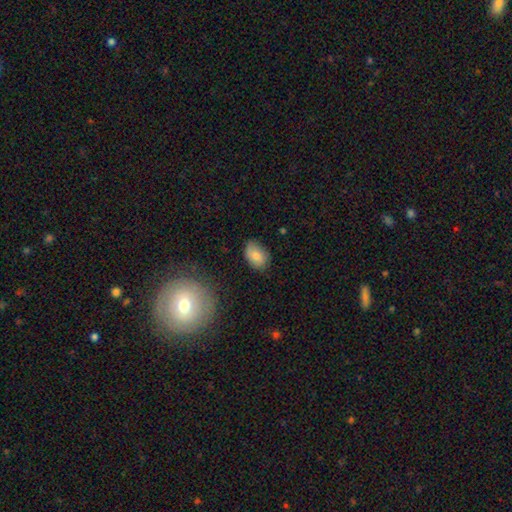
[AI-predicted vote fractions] Smooth or featured?
  - smooth: 80% *
  - featured or disk: 11%
  - star or artifact: 8%
How rounded?
  - in between: 83% *
  - round: 16%
  - cigar-shaped: 1%
Merging?
  - none: 71% *
  - minor disturbance: 23%
  - major disturbance: 4%
  - merger: 2%